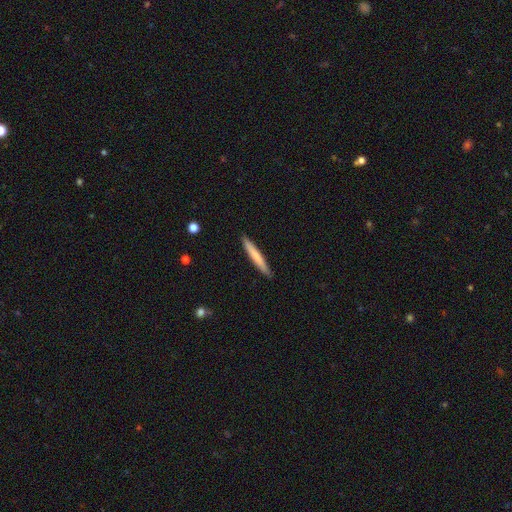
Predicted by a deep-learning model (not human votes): Smooth or featured?
  - smooth: 71% *
  - featured or disk: 23%
  - star or artifact: 5%
How rounded?
  - cigar-shaped: 96% *
  - in between: 3%
  - round: 1%
Merging?
  - none: 90% *
  - minor disturbance: 7%
  - major disturbance: 1%
  - merger: 1%